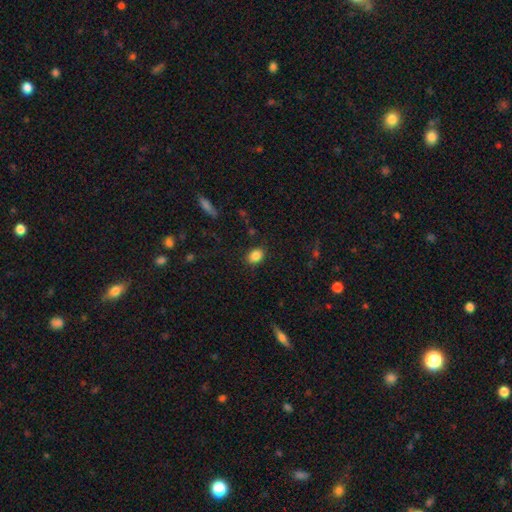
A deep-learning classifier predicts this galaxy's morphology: A smooth galaxy with no disk features (86%) that is in between round and cigar-shaped (61%).

Vote fractions:
- Smooth or featured? smooth: 86% / star or artifact: 9% / featured or disk: 5%
- How rounded? in between: 61% / round: 38% / cigar-shaped: 1%
- Merging? none: 86% / minor disturbance: 10% / major disturbance: 3% / merger: 1%